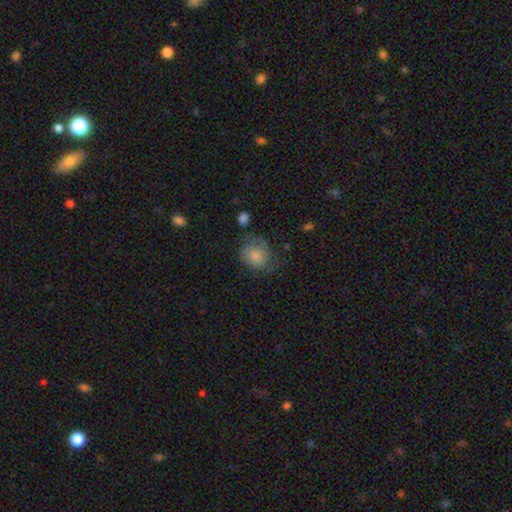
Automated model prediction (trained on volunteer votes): smooth_or_featured: smooth (p=0.59) [alt: featured or disk p=0.31]
how_rounded: round (p=0.69) [alt: in between p=0.30]
merging: none (p=0.56) [alt: minor disturbance p=0.27]